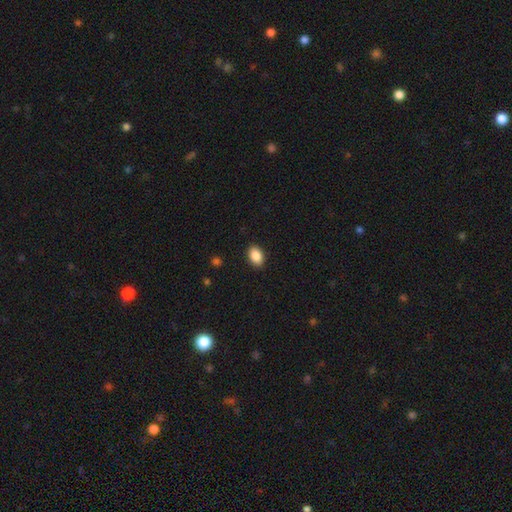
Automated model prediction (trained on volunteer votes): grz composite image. It shows a smooth galaxy with no disk features (89%) that is in between round and cigar-shaped (86%). Merging: none (89%).